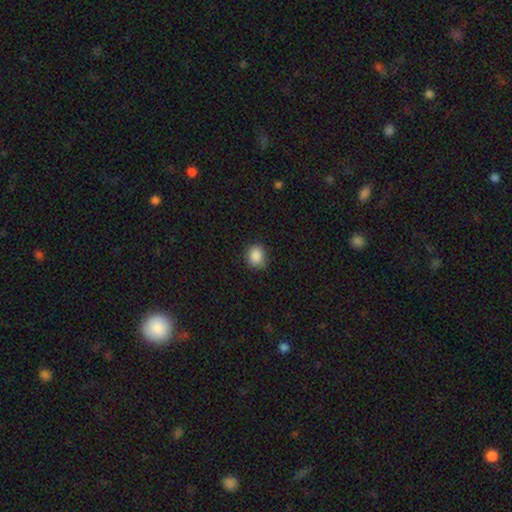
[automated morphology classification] Smooth or featured? smooth (87%)
How rounded? round (64%)
Merging? none (78%)